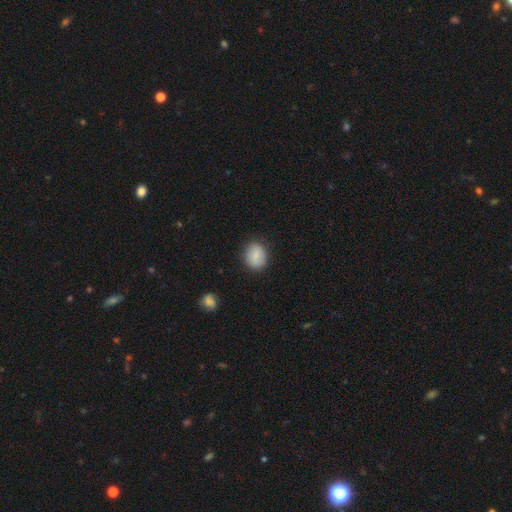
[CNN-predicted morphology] type=smooth (83%); roundness=in between (50%); merging=none (84%).